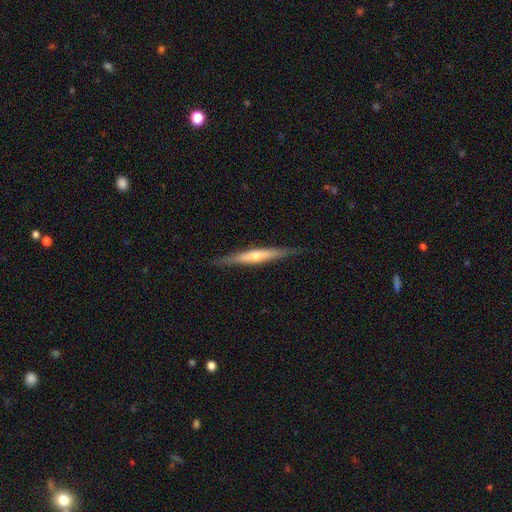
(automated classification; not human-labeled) A featured or disk galaxy (62%) viewed edge-on (95%) with a rounded central bulge (76%). Merging: none (87%).